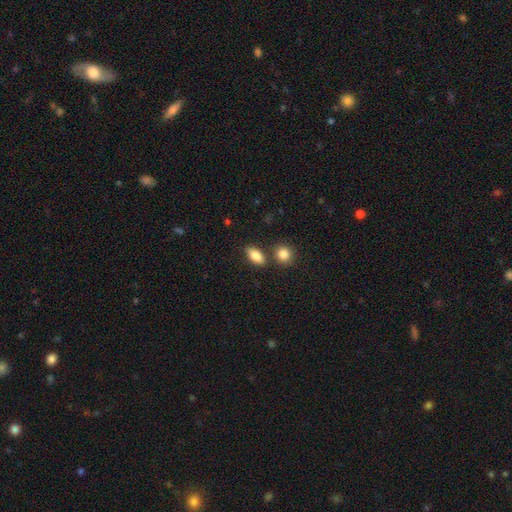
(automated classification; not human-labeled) This is clearly a smooth galaxy (85%). How rounded: clearly in between (85%). Merging: likely none (76%).